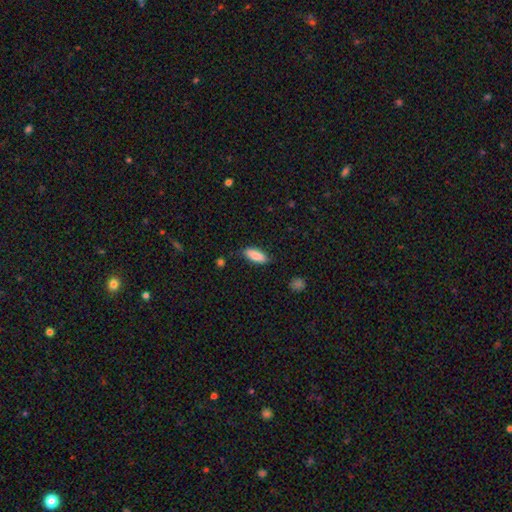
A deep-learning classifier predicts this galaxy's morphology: A smooth galaxy with no disk features (86%) that is in between round and cigar-shaped (77%). Merging: none (83%).